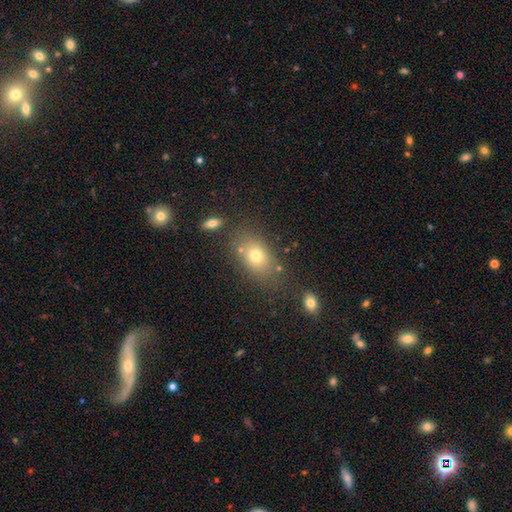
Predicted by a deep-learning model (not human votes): Smooth or featured: smooth — 73% (featured or disk — 14%)
How rounded: in between — 75% (round — 23%)
Merging: none — 73% (minor disturbance — 14%)